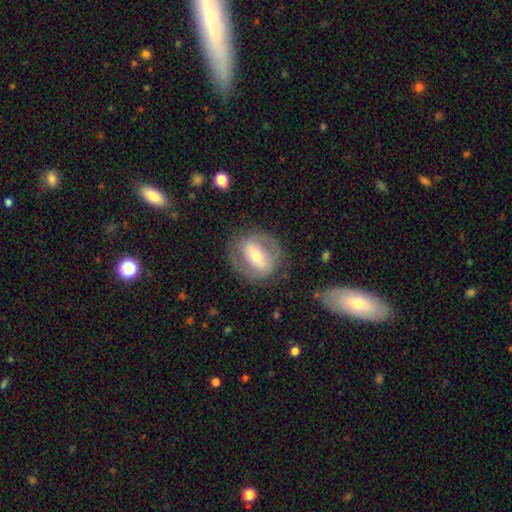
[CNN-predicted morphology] smooth-or-featured: featured or disk: 62% | smooth: 32% | star or artifact: 7%
  disk-edge-on: no: 93% | yes: 7%
    bar: strong: 44% | weak: 32% | no: 24%
    has-spiral-arms: no: 53% | yes: 47%
    bulge-size: moderate: 64% | small: 28% | large: 6% | dominant: 1% | none: 1%
  merging: none: 75% | minor disturbance: 14% | major disturbance: 9% | merger: 1%